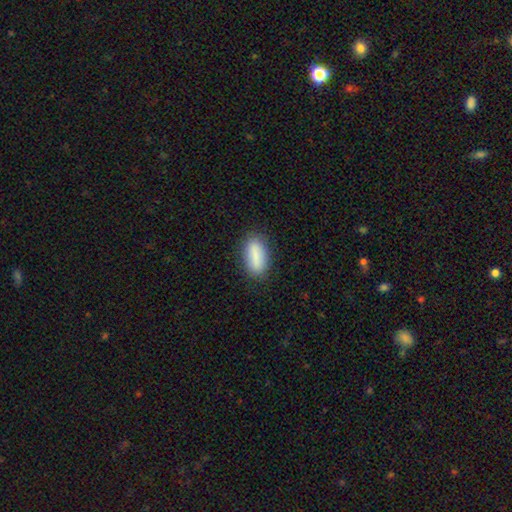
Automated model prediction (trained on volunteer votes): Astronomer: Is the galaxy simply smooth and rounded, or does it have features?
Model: smooth — 84%.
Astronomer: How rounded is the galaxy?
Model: in between — 76%.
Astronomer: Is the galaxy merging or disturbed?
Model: none — 83%.